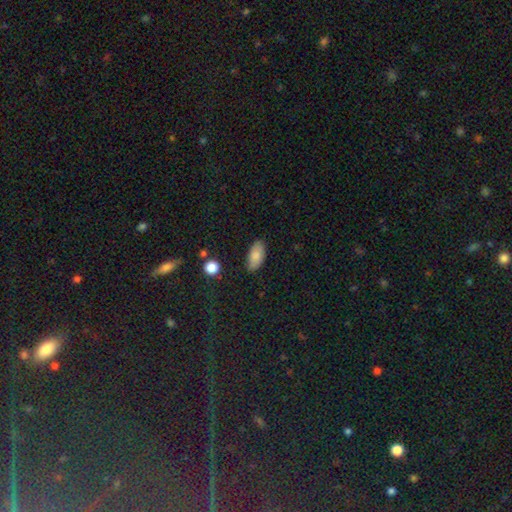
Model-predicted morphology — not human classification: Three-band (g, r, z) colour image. It shows a smooth galaxy with no disk features (85%) that is in between round and cigar-shaped (91%). Merging: none (83%).